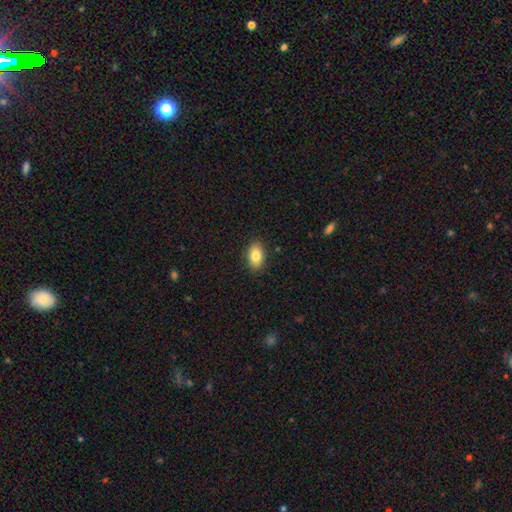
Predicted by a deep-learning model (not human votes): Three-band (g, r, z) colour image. It shows a smooth galaxy with no disk features (84%) that is in between round and cigar-shaped (89%). Merging: none (88%).